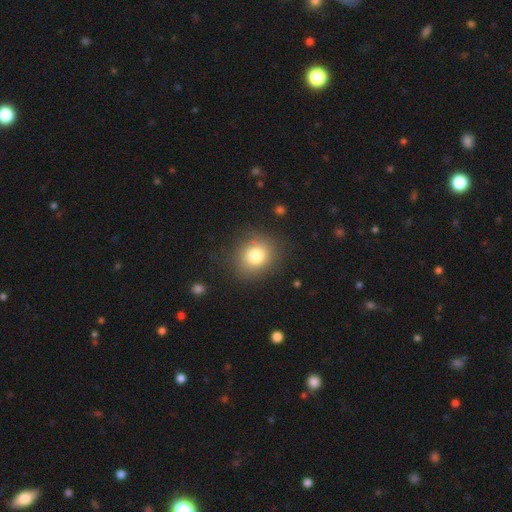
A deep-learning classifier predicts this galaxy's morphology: Smooth or featured?
  - smooth: 79% *
  - star or artifact: 12%
  - featured or disk: 10%
How rounded?
  - round: 77% *
  - in between: 22%
  - cigar-shaped: 1%
Merging?
  - none: 84% *
  - minor disturbance: 10%
  - major disturbance: 4%
  - merger: 1%